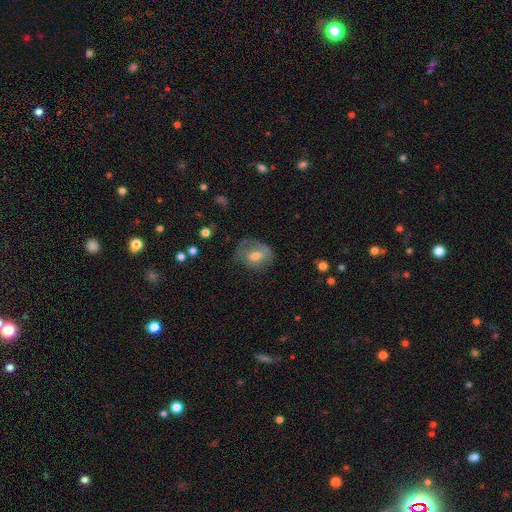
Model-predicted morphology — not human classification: Smooth or featured? Predicted: smooth (p=0.50). Merging? Predicted: none (p=0.50).